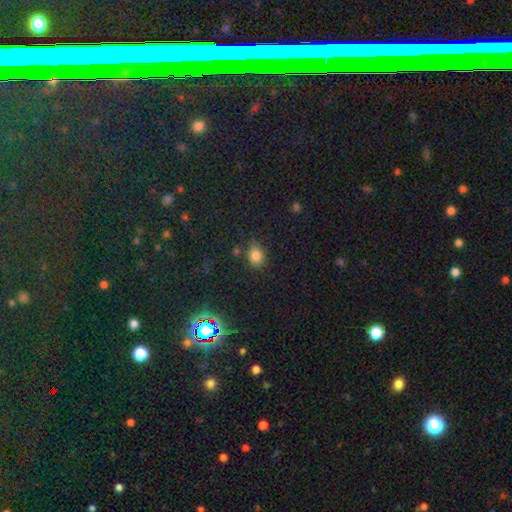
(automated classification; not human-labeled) Smooth or featured? smooth (81%)
How rounded? round (56%)
Merging? none (74%)